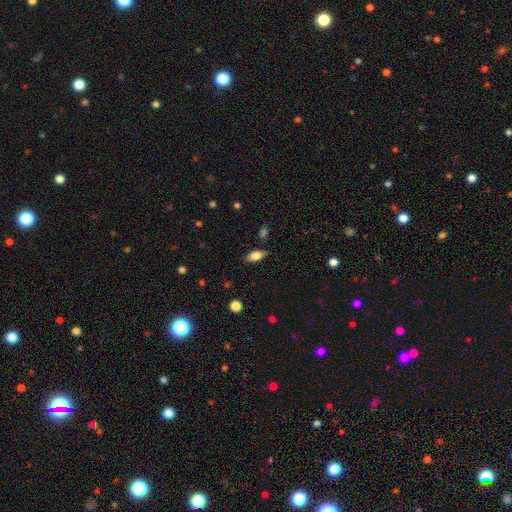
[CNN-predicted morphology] type=smooth (69%); roundness=in between (84%); merging=none (78%).